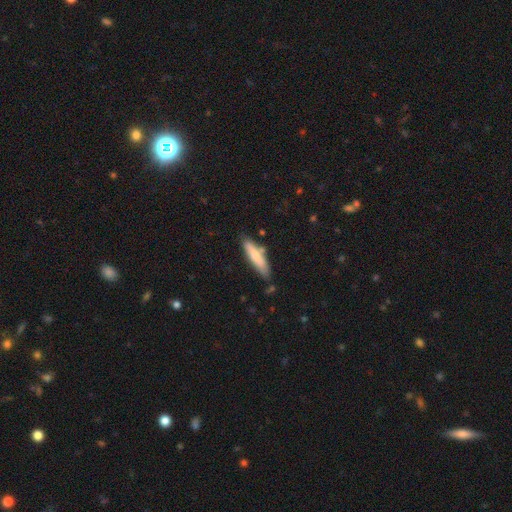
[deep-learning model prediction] The model was most divided on "smooth or featured": smooth: 70%, featured or disk: 25%, star or artifact: 6%. More confident: how rounded — cigar-shaped (76%); merging — none (74%).